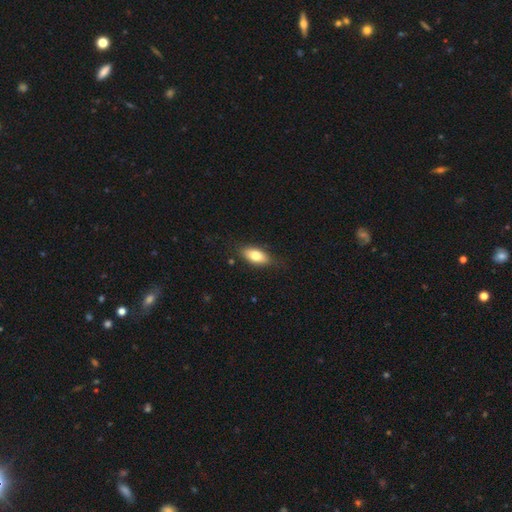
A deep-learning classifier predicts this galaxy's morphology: Overall: smooth (77%). How rounded: in between (87%). Merging: none (82%).